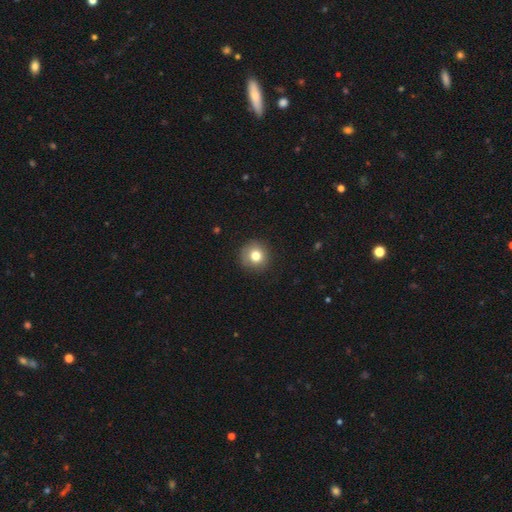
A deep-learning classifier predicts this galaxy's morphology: This is likely a smooth galaxy (79%). How rounded: clearly round (94%). Merging: clearly none (88%).